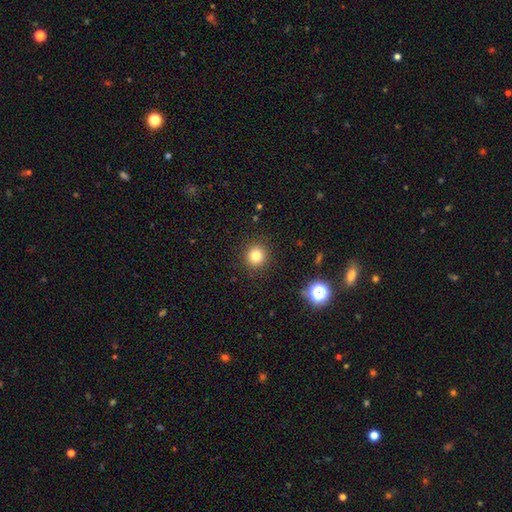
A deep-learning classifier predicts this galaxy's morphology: Smooth or featured? Predicted: smooth (p=0.80). How rounded? Predicted: round (p=0.92). Merging? Predicted: none (p=0.91).